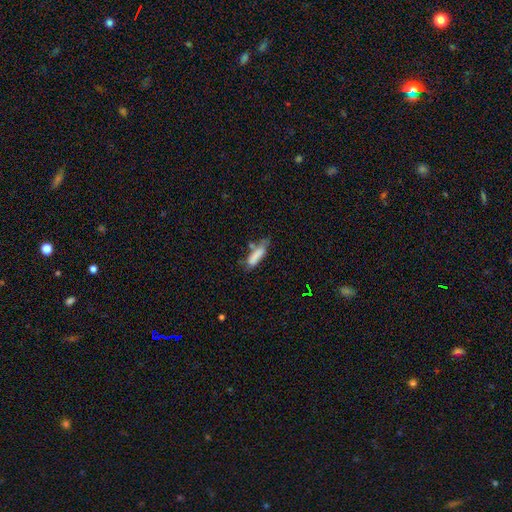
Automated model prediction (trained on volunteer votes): smooth 78%, featured or disk 14%, star or artifact 8%. Down the decision tree: how rounded — cigar-shaped (58%); merging — none (45%).